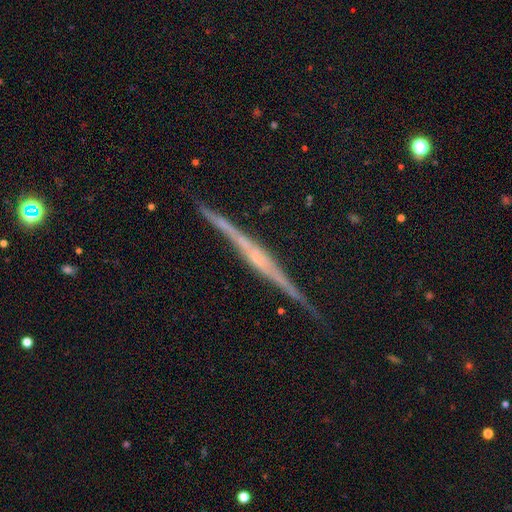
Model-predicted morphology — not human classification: smooth_or_featured: featured or disk (p=0.83) [alt: smooth p=0.10]
disk_edge_on: yes (p=0.98) [alt: no p=0.02]
edge_on_bulge: rounded (p=0.47) [alt: none p=0.33]
merging: none (p=0.88) [alt: minor disturbance p=0.09]